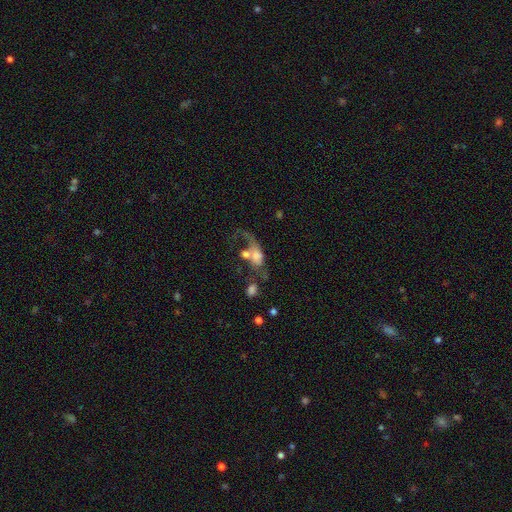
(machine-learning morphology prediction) A featured or disk galaxy (49%). Merging: merger (43%).